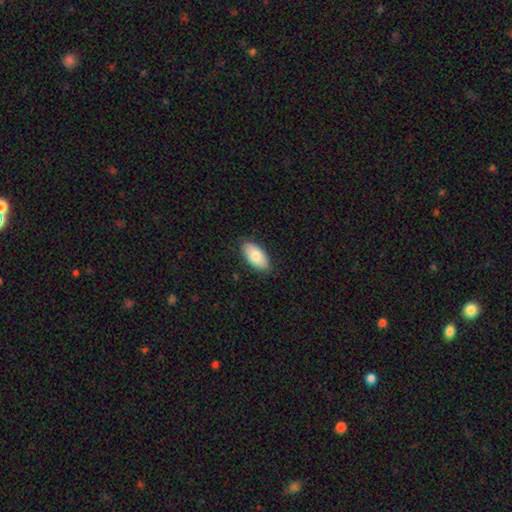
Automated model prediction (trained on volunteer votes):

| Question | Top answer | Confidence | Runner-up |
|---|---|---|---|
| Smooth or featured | smooth | 81% | featured or disk (13%) |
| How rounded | in between | 94% | cigar-shaped (3%) |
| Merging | none | 85% | minor disturbance (11%) |